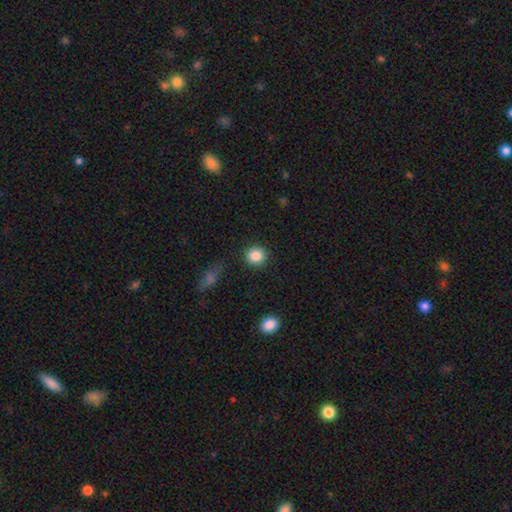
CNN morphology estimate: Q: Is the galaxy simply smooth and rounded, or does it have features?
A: smooth — 86%.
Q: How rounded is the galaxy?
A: round — 89%.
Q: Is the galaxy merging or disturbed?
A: none — 89%.